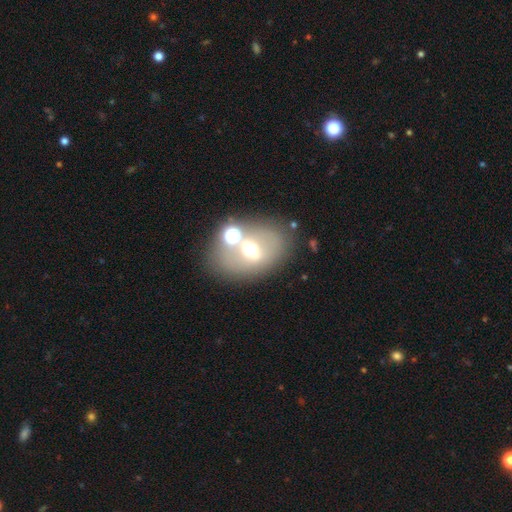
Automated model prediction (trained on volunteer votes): A smooth galaxy with no disk features (44%).

Vote fractions:
- Smooth or featured? smooth: 44% / featured or disk: 41% / star or artifact: 16%
- Merging? none: 65% / merger: 16% / minor disturbance: 12% / major disturbance: 6%